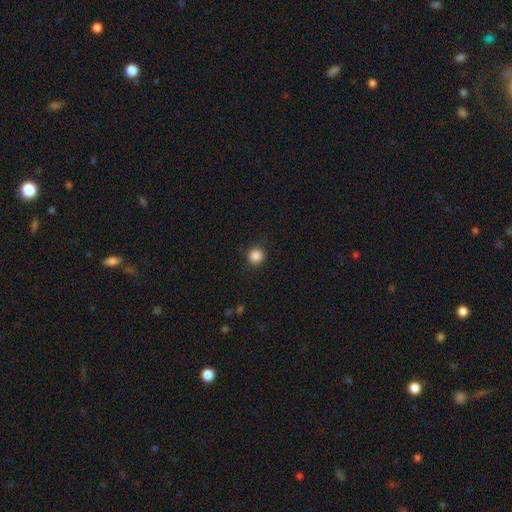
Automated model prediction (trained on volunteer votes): Overall: smooth (87%). How rounded: round (93%). Merging: none (91%).